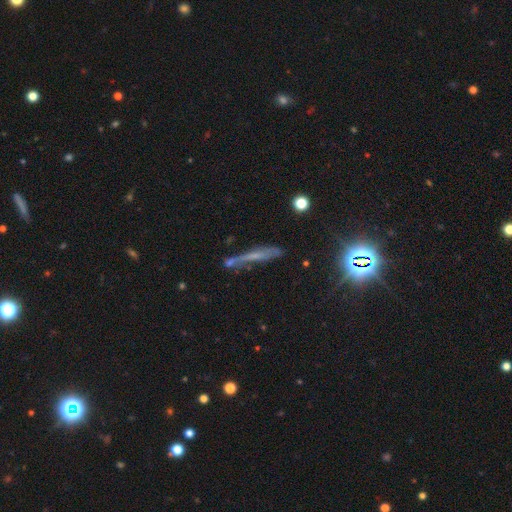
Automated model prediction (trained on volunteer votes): Q: Smooth or featured?
A: featured or disk (44%); runner-up: smooth (35%)
Q: Merging?
A: none (47%); runner-up: minor disturbance (23%)